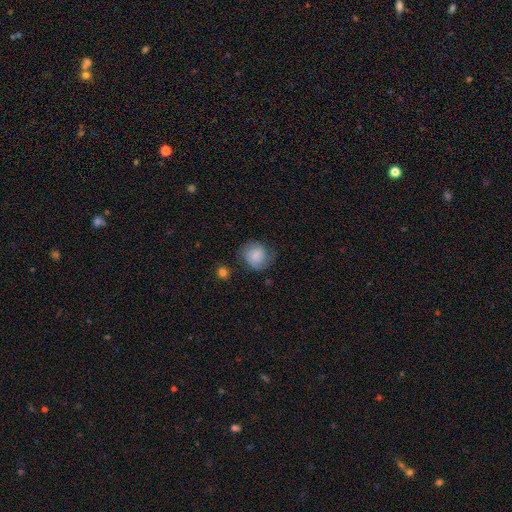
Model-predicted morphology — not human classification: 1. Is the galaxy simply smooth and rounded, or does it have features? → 61% smooth, 30% featured or disk, 9% star or artifact.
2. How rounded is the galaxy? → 80% round, 19% in between, 1% cigar-shaped.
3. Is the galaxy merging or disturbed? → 68% none, 21% minor disturbance, 8% major disturbance, 2% merger.